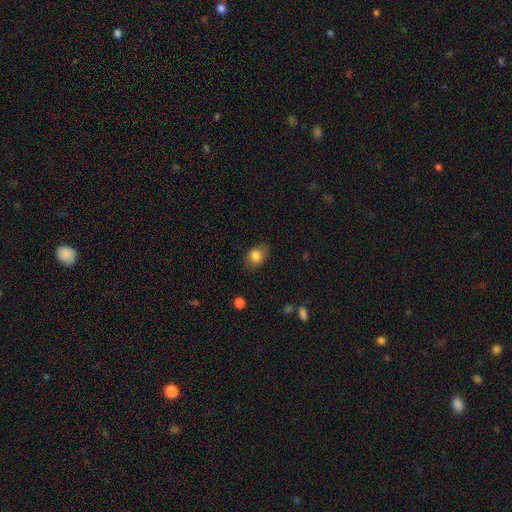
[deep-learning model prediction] A smooth galaxy with no disk features (81%) that is in between round and cigar-shaped (72%). Merging: none (77%).